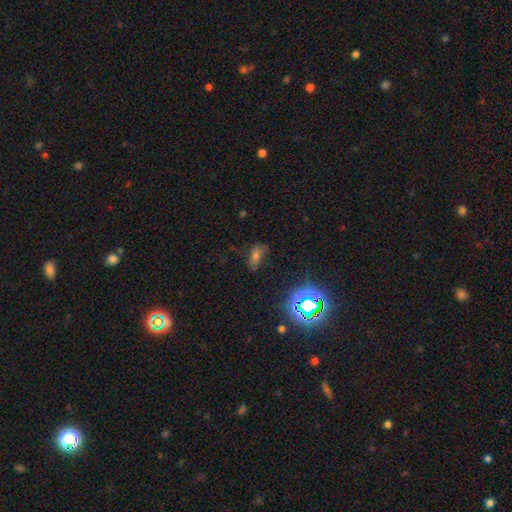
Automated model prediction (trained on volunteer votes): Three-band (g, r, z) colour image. It shows a smooth galaxy with no disk features (51%) that is in between round and cigar-shaped (81%). Merging: none (62%).